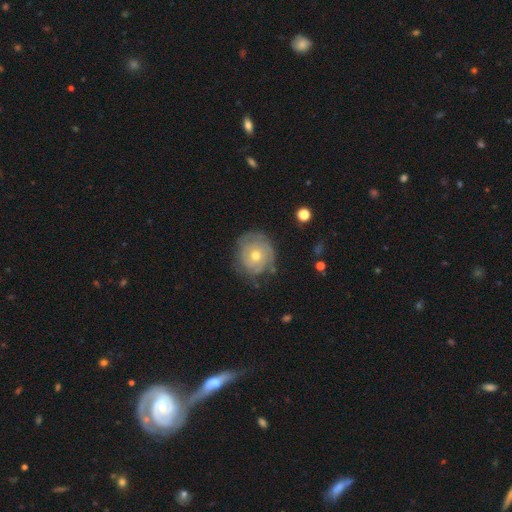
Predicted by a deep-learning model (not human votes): Overall: featured or disk (65%; smooth 27%). Edge-on disk: no (97%). Bar: no (85%). Spiral arms: yes (76%). Bulge size: moderate (57%; small 40%). Merging: none (71%).